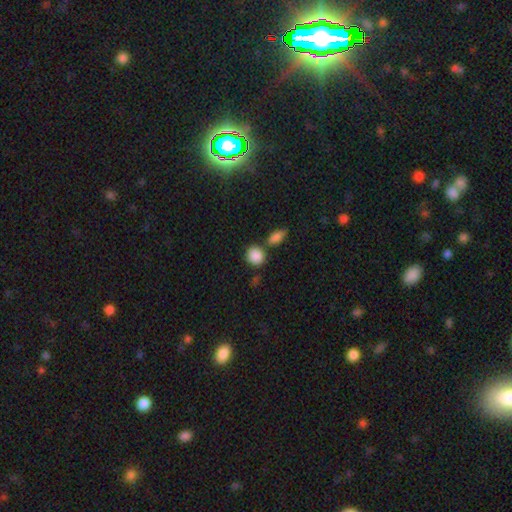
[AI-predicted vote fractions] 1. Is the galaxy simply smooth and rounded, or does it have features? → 88% smooth, 8% star or artifact, 4% featured or disk.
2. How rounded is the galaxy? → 79% round, 20% in between, 2% cigar-shaped.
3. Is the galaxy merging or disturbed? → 66% none, 20% merger, 11% minor disturbance, 3% major disturbance.